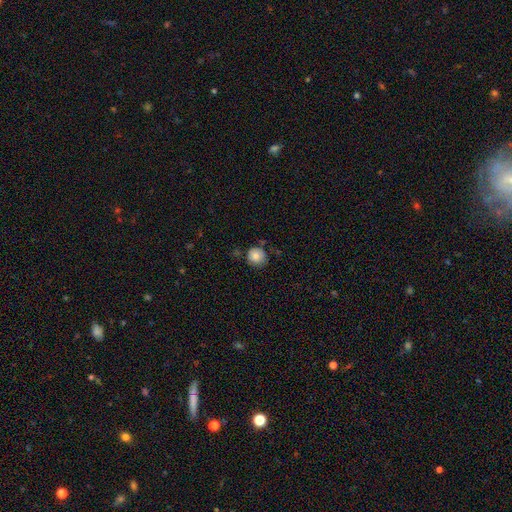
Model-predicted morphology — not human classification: smooth-or-featured: smooth: 81% | featured or disk: 10% | star or artifact: 9%
  how-rounded: round: 90% | in between: 9% | cigar-shaped: 1%
  merging: none: 73% | minor disturbance: 19% | merger: 4% | major disturbance: 4%